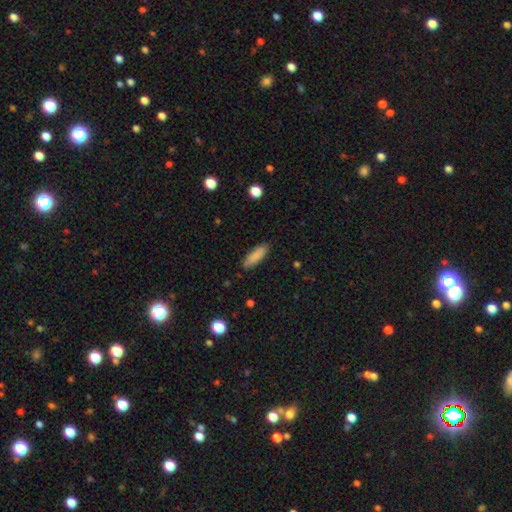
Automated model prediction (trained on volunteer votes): The model was most divided on "how rounded": cigar-shaped: 57%, in between: 42%, round: 2%. More confident: merging — none (87%); smooth or featured — smooth (86%).